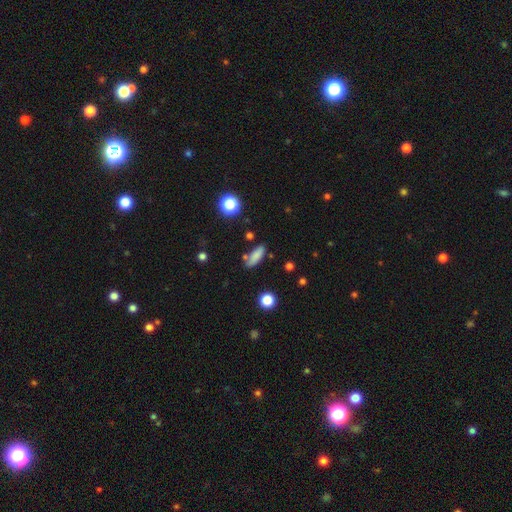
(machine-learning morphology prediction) This appears to be a smooth galaxy with no disk features (81%) that is in between round and cigar-shaped (54%). Merging: none (73%).